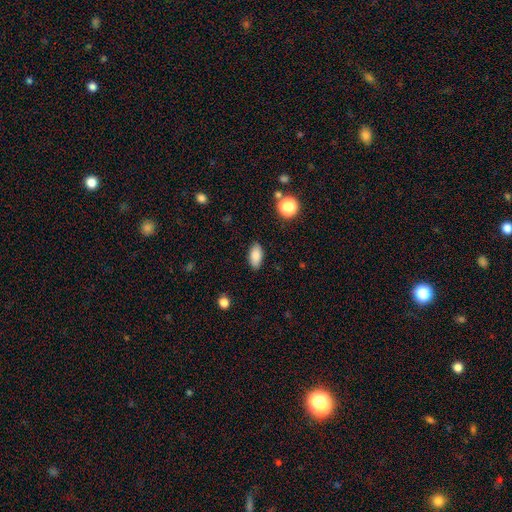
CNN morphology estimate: This is clearly a smooth galaxy (86%). How rounded: clearly in between (90%). Merging: clearly none (87%).